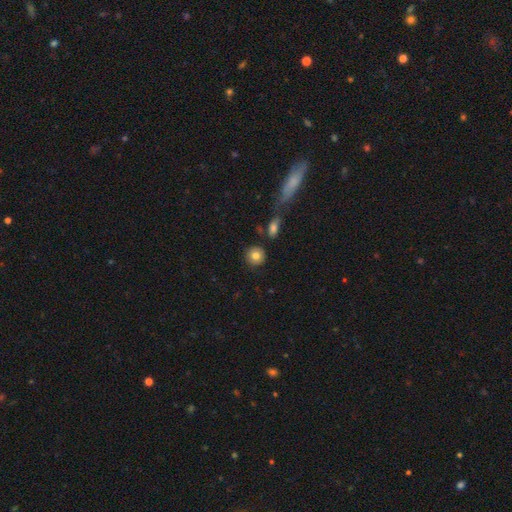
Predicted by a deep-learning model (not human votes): smooth-or-featured: smooth: 79% | featured or disk: 12% | star or artifact: 9%
  how-rounded: round: 90% | in between: 9% | cigar-shaped: 1%
  merging: none: 83% | minor disturbance: 9% | merger: 5% | major disturbance: 3%